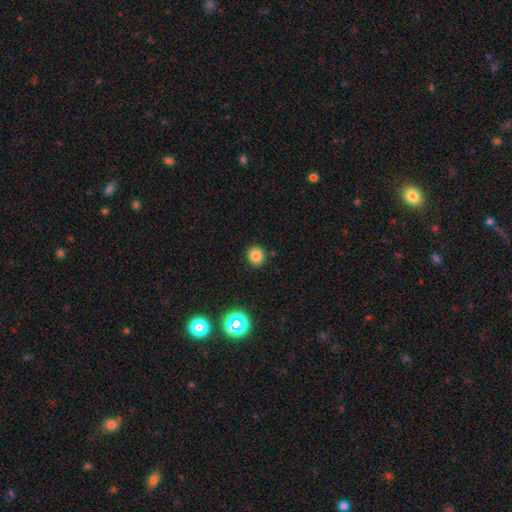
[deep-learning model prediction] smooth_or_featured: smooth (p=0.80) [alt: star or artifact p=0.14]
how_rounded: round (p=0.85) [alt: in between p=0.14]
merging: none (p=0.89) [alt: minor disturbance p=0.07]